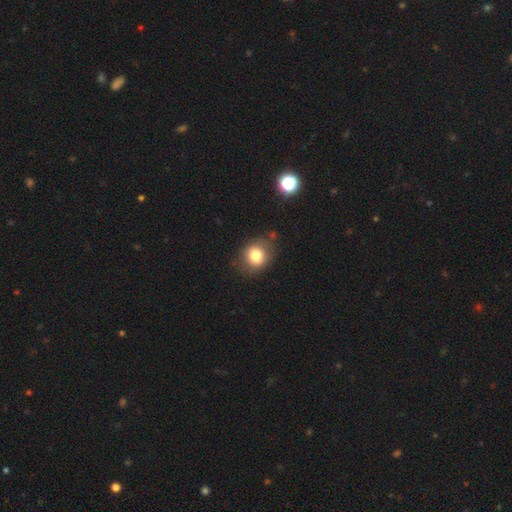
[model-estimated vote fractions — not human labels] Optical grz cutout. It shows a smooth galaxy with no disk features (80%) that is round (63%). Merging: none (77%).